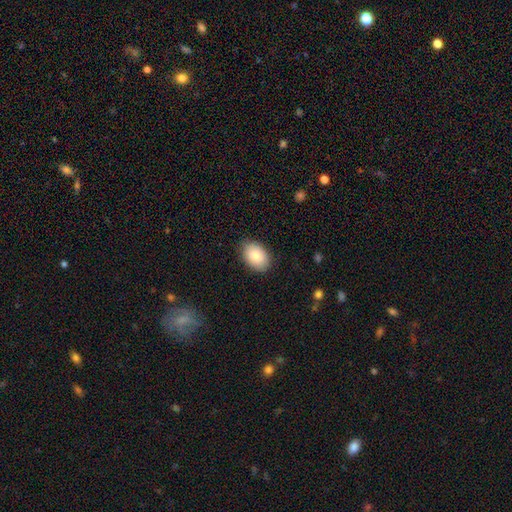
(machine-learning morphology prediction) A smooth galaxy with no disk features (85%) that is in between round and cigar-shaped (86%). Merging: none (85%).